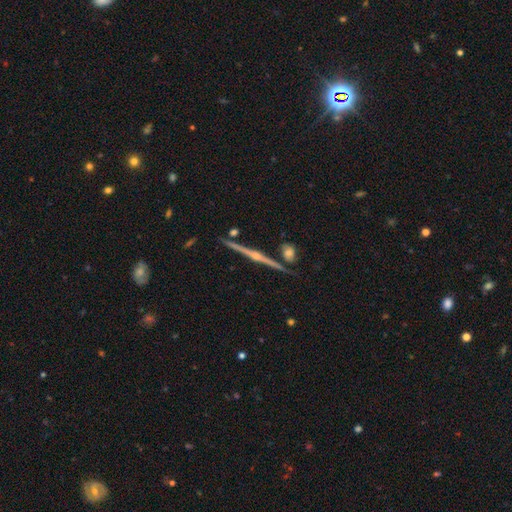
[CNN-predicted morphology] featured or disk 87%, smooth 7%, star or artifact 6%. Down the decision tree: edge-on disk — yes (99%); edge-on bulge — rounded (85%); merging — none (87%).